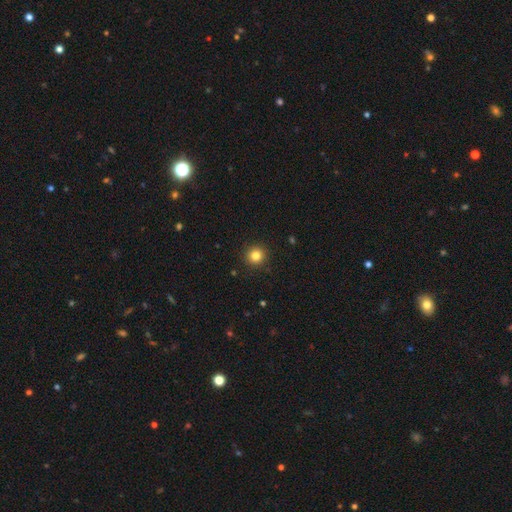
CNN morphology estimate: Smooth or featured? Predicted: smooth (p=0.82). How rounded? Predicted: round (p=0.94). Merging? Predicted: none (p=0.92).